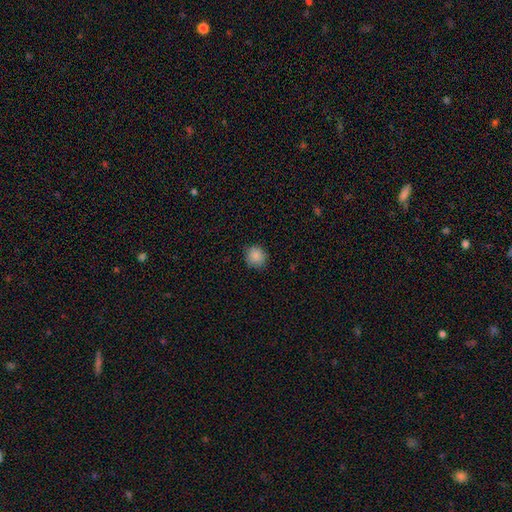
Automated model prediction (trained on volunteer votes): Smooth or featured? smooth (87%)
How rounded? round (90%)
Merging? none (87%)